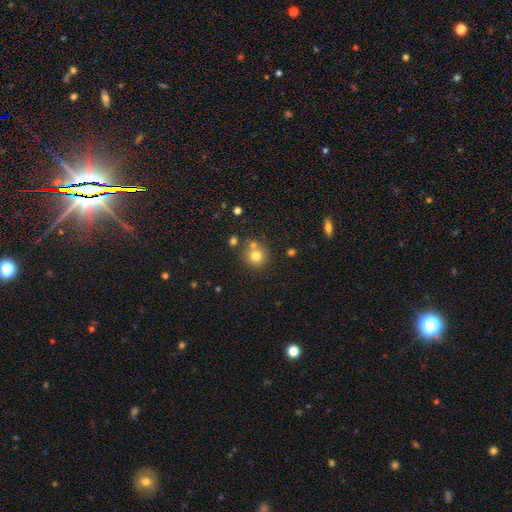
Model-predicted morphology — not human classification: Smooth or featured: smooth — 77% (star or artifact — 13%)
How rounded: round — 90% (in between — 9%)
Merging: none — 68% (merger — 18%)